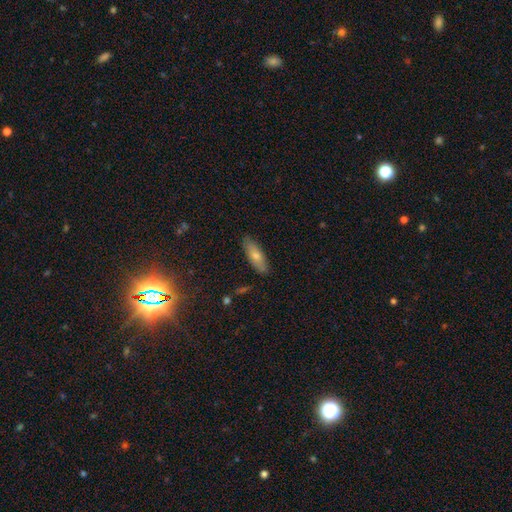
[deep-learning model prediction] Smooth or featured?
  - smooth: 73% *
  - featured or disk: 20%
  - star or artifact: 6%
How rounded?
  - in between: 62% *
  - cigar-shaped: 36%
  - round: 2%
Merging?
  - none: 85% *
  - minor disturbance: 11%
  - major disturbance: 2%
  - merger: 1%